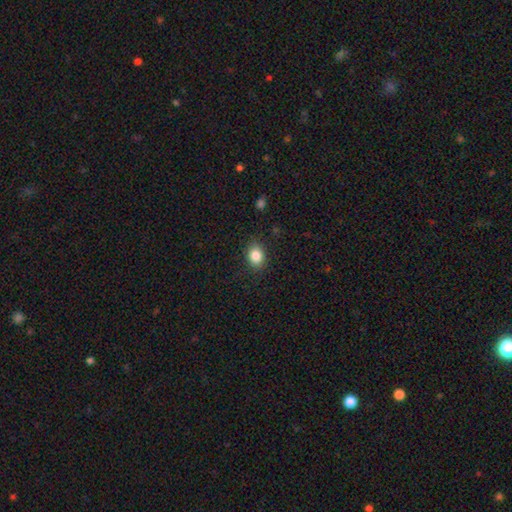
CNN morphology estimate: Smooth or featured: smooth — 85% (star or artifact — 9%)
How rounded: in between — 53% (round — 46%)
Merging: none — 85% (minor disturbance — 11%)